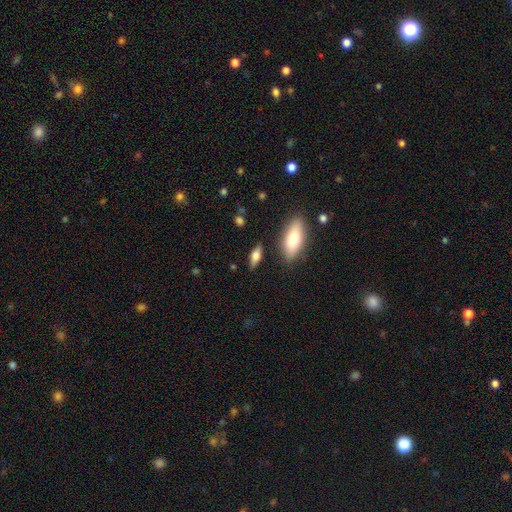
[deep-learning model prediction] smooth-or-featured: smooth: 66% | featured or disk: 26% | star or artifact: 8%
  how-rounded: in between: 66% | cigar-shaped: 29% | round: 4%
  merging: none: 81% | minor disturbance: 11% | merger: 4% | major disturbance: 3%